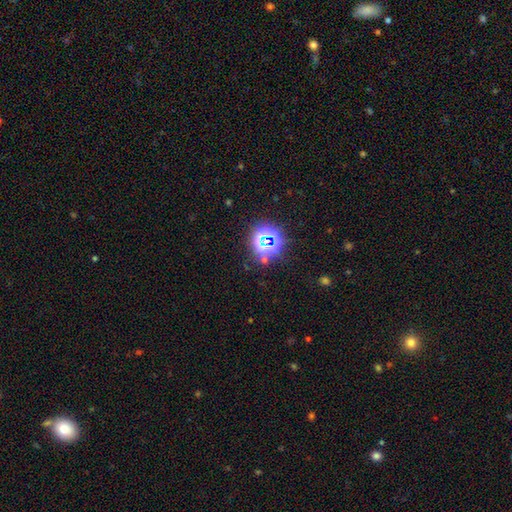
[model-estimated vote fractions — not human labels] Smooth or featured? Predicted: star or artifact (p=0.78).